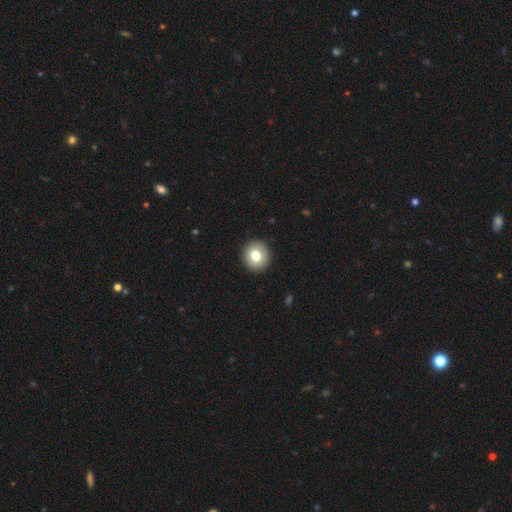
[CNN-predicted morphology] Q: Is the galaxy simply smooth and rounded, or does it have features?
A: smooth — 79%.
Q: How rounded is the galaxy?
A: round — 91%.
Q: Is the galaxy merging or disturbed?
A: none — 92%.